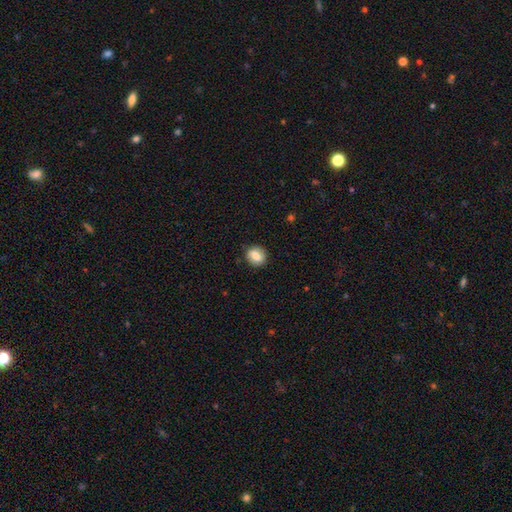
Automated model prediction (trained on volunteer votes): Overall: smooth (70%). How rounded: round (72%). Merging: none (86%).